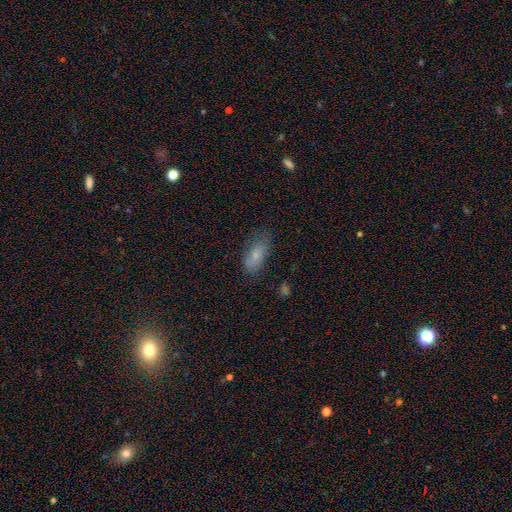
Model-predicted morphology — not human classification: smooth 73%, featured or disk 18%, star or artifact 9%. Down the decision tree: how rounded — in between (85%); merging — none (61%).